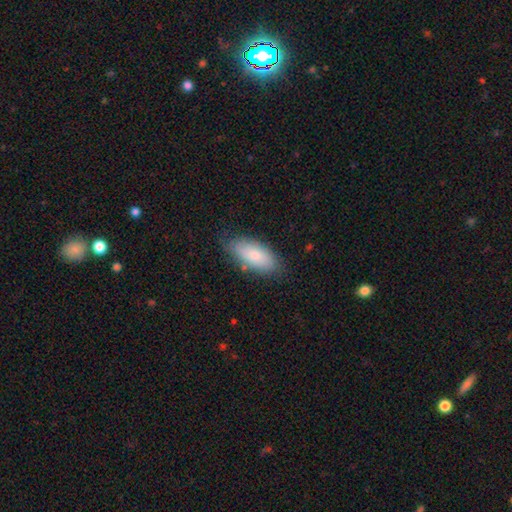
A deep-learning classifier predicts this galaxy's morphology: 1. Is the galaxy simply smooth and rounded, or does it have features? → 80% smooth, 14% featured or disk, 6% star or artifact.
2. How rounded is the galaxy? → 88% in between, 11% cigar-shaped, 2% round.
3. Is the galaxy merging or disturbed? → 75% none, 19% minor disturbance, 4% major disturbance, 2% merger.